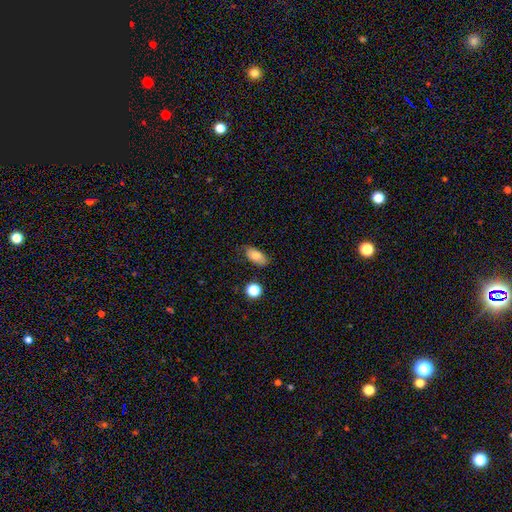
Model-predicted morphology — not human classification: smooth 81%, featured or disk 11%, star or artifact 8%. Down the decision tree: how rounded — in between (89%); merging — none (76%).